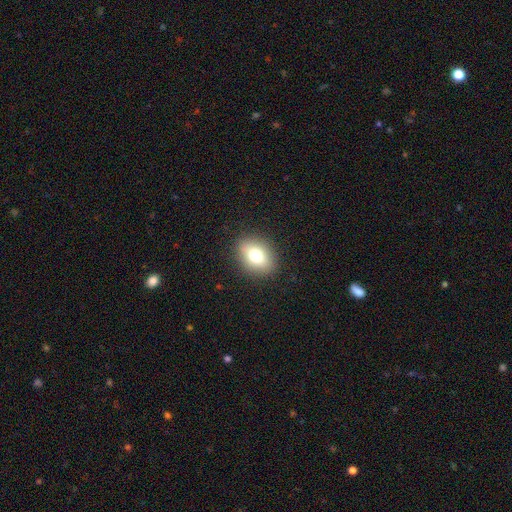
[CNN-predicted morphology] A smooth galaxy with no disk features (74%) that is in between round and cigar-shaped (65%).

Vote fractions:
- Smooth or featured? smooth: 74% / featured or disk: 15% / star or artifact: 11%
- How rounded? in between: 65% / round: 33% / cigar-shaped: 2%
- Merging? none: 88% / minor disturbance: 8% / major disturbance: 3% / merger: 1%